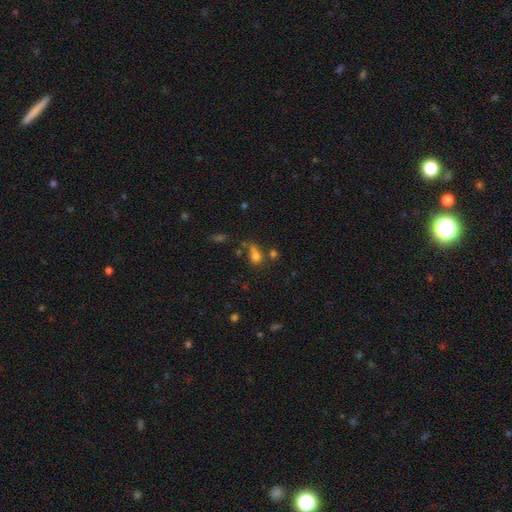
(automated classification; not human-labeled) The model was most divided on "how rounded": round: 49%, in between: 48%, cigar-shaped: 3%. Remaining: smooth or featured — smooth (73%); merging — none (42%).